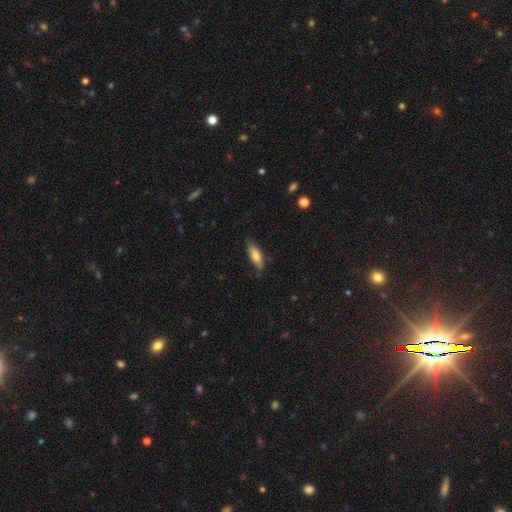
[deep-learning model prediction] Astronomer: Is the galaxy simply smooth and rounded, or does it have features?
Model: smooth — 77%.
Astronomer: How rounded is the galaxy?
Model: in between — 63%.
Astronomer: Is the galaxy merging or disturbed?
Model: none — 74%.